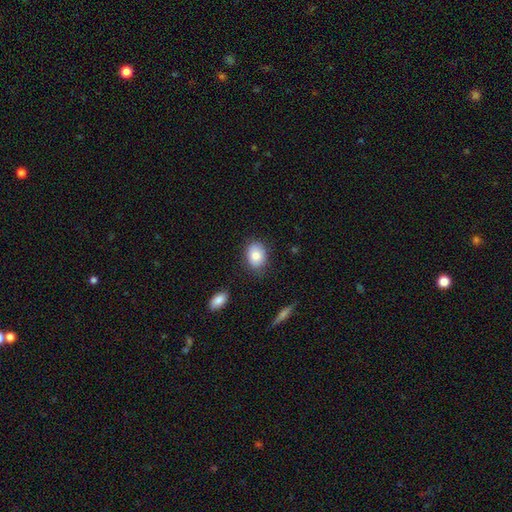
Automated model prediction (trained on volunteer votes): smooth_or_featured: smooth (p=0.82) [alt: featured or disk p=0.11]
how_rounded: in between (p=0.75) [alt: round p=0.23]
merging: none (p=0.80) [alt: minor disturbance p=0.14]